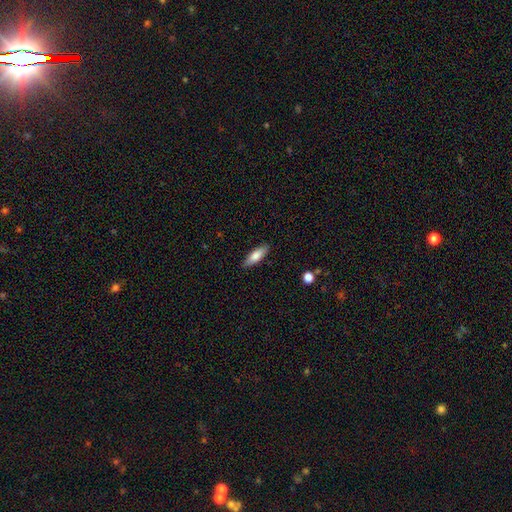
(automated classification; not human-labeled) The model was most divided on "how rounded": in between: 52%, cigar-shaped: 46%, round: 2%. More confident: merging — none (88%); smooth or featured — smooth (76%).